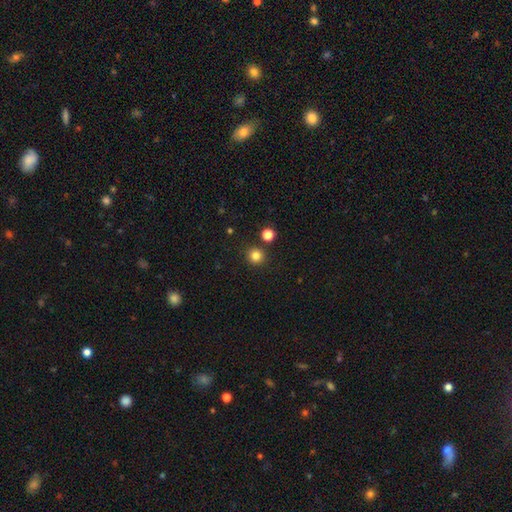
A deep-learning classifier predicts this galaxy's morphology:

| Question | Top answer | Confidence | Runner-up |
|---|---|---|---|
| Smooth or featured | smooth | 81% | star or artifact (14%) |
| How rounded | round | 93% | in between (6%) |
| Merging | none | 87% | minor disturbance (6%) |